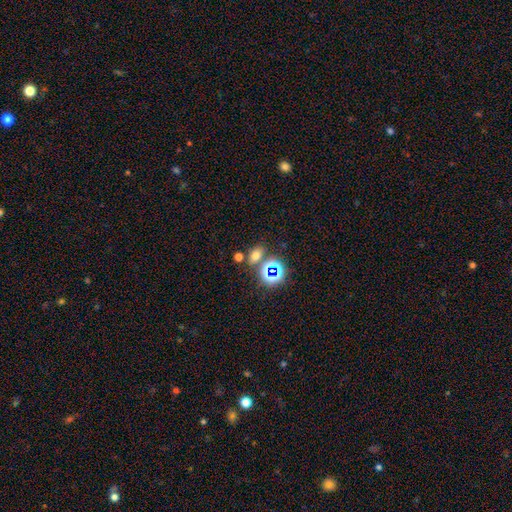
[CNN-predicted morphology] Smooth or featured? Predicted: smooth (p=0.62). How rounded? Predicted: in between (p=0.72). Merging? Predicted: none (p=0.72).